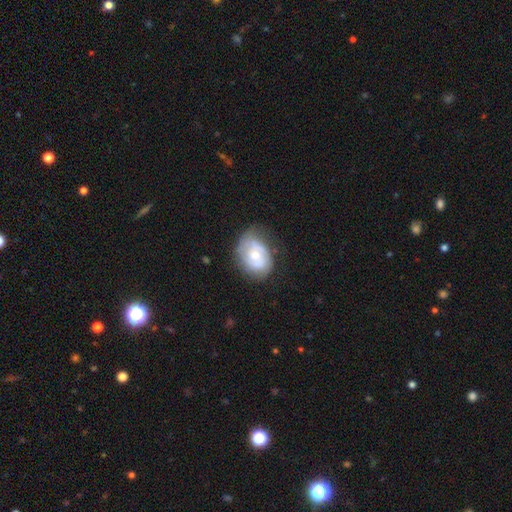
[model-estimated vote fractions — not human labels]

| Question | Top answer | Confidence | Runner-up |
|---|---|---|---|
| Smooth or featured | featured or disk | 62% | smooth (32%) |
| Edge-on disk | no | 97% | yes (3%) |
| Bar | no | 70% | weak (26%) |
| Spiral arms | yes | 73% | no (27%) |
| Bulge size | moderate | 58% | small (35%) |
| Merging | none | 54% | minor disturbance (30%) |